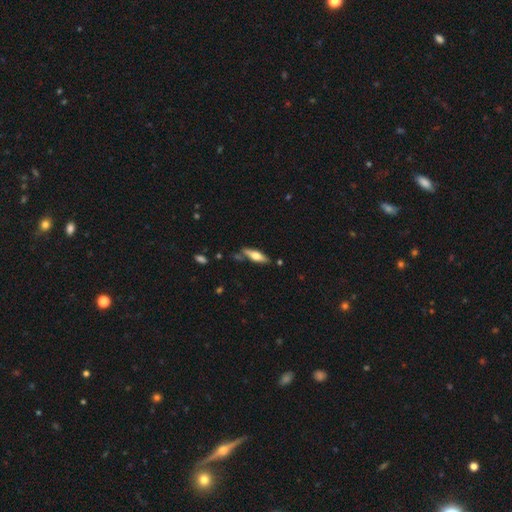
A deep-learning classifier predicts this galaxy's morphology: Smooth or featured: smooth — 49% (featured or disk — 45%)
Merging: none — 73% (minor disturbance — 16%)